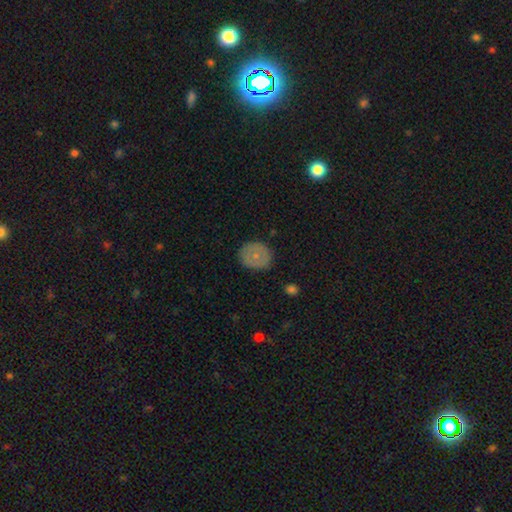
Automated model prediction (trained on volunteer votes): Overall: smooth (63%; featured or disk 29%). How rounded: round (78%). Merging: none (83%).